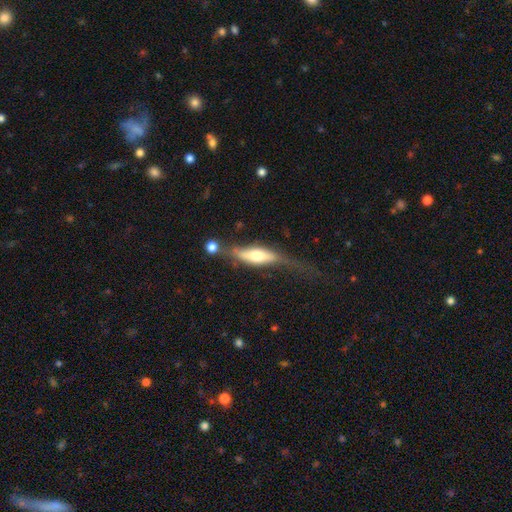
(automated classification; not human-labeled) Smooth or featured? Predicted: featured or disk (p=0.52). Edge-on disk? Predicted: yes (p=0.73). Merging? Predicted: none (p=0.33).